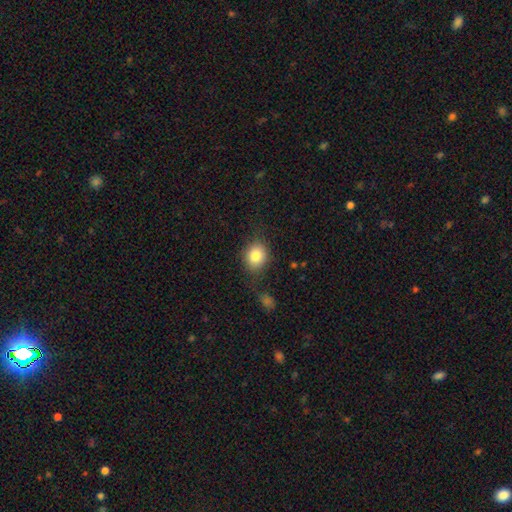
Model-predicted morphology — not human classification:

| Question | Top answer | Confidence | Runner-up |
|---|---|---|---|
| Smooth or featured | smooth | 83% | star or artifact (9%) |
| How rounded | round | 67% | in between (32%) |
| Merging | none | 77% | minor disturbance (14%) |